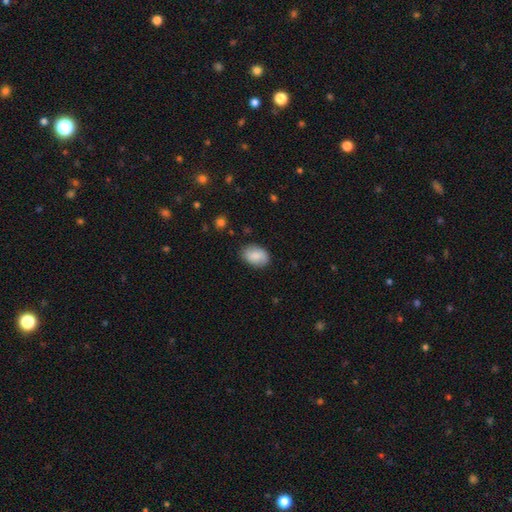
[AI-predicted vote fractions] Smooth or featured?
  - smooth: 83% *
  - featured or disk: 11%
  - star or artifact: 7%
How rounded?
  - in between: 84% *
  - round: 15%
  - cigar-shaped: 1%
Merging?
  - none: 82% *
  - minor disturbance: 14%
  - major disturbance: 3%
  - merger: 1%